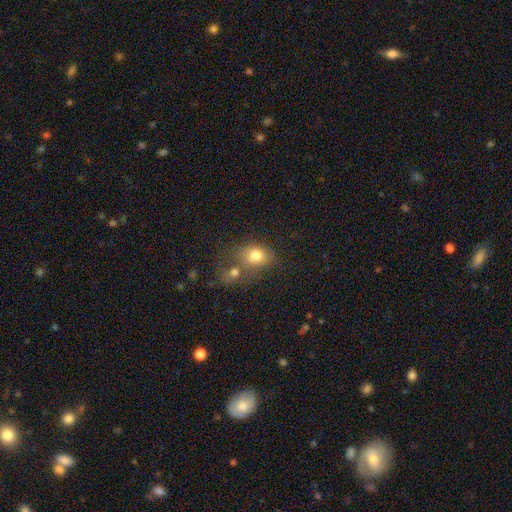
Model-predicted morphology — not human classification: smooth_or_featured: smooth (p=0.76) [alt: star or artifact p=0.12]
how_rounded: in between (p=0.51) [alt: round p=0.47]
merging: none (p=0.41) [alt: merger p=0.38]